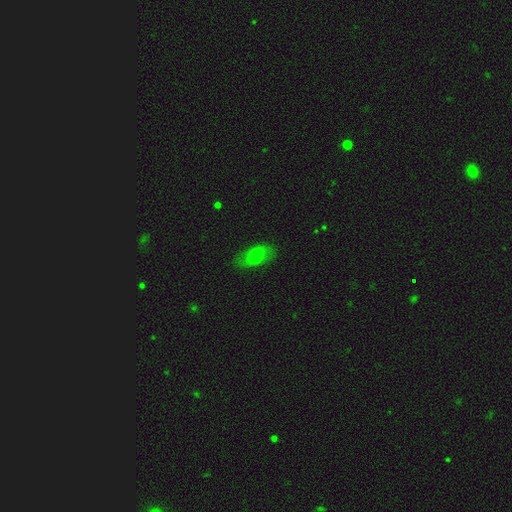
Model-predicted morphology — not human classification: type=smooth (59%); roundness=in between (88%); merging=none (76%).